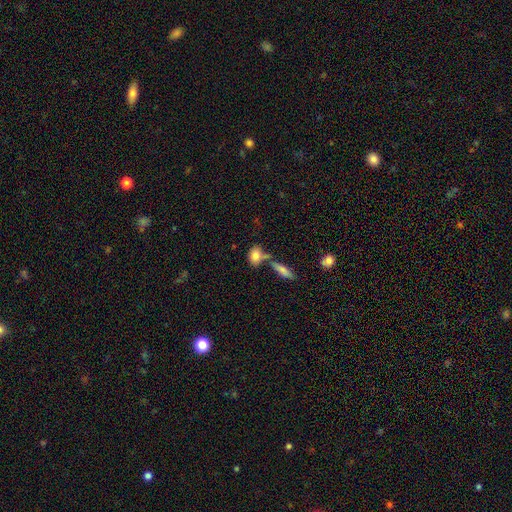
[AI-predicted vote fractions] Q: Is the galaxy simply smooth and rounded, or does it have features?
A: smooth — 80%.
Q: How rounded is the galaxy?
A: in between — 80%.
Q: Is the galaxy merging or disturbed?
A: none — 51%.